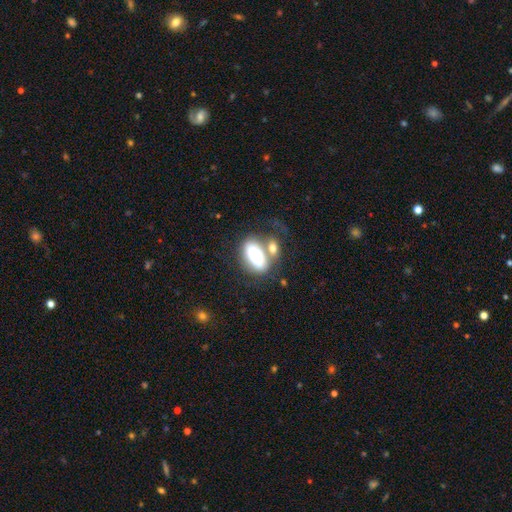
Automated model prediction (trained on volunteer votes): A smooth galaxy with no disk features (60%) that is in between round and cigar-shaped (90%).

Vote fractions:
- Smooth or featured? smooth: 60% / featured or disk: 33% / star or artifact: 7%
- How rounded? in between: 90% / round: 8% / cigar-shaped: 2%
- Merging? none: 36% / merger: 34% / minor disturbance: 16% / major disturbance: 13%